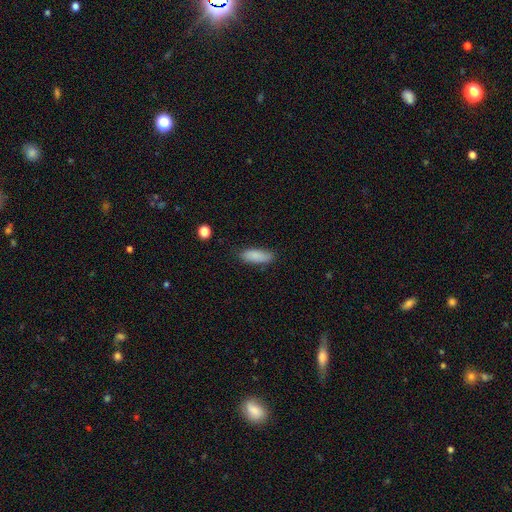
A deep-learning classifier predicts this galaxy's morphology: Smooth or featured? smooth (87%)
How rounded? in between (69%)
Merging? none (81%)